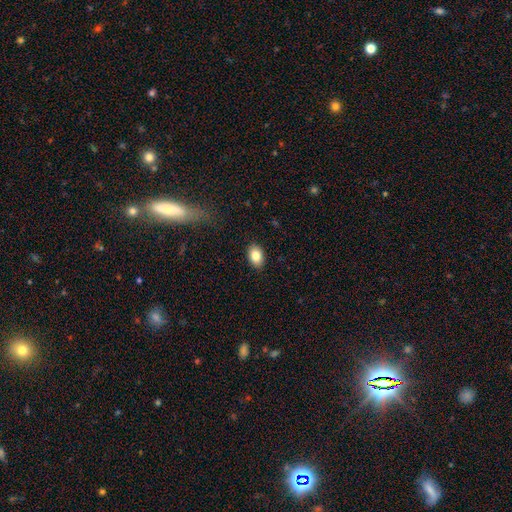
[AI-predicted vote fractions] This appears to be a smooth galaxy with no disk features (84%) that is in between round and cigar-shaped (83%). Merging: none (88%).